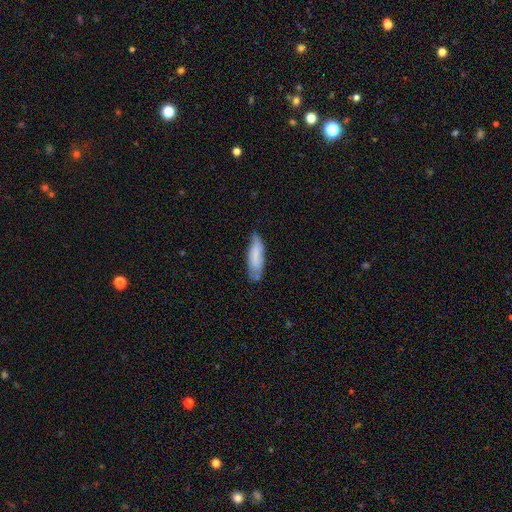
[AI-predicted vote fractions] This is likely a smooth galaxy (74%). How rounded: possibly cigar-shaped (50%). Merging: likely none (62%).